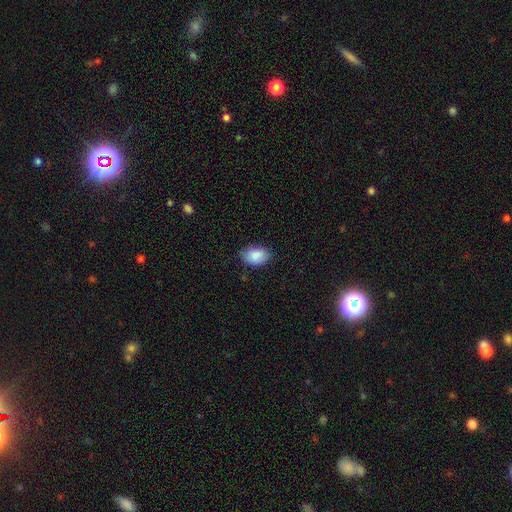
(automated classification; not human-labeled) smooth 87%, star or artifact 7%, featured or disk 6%. Down the decision tree: how rounded — in between (89%); merging — none (80%).